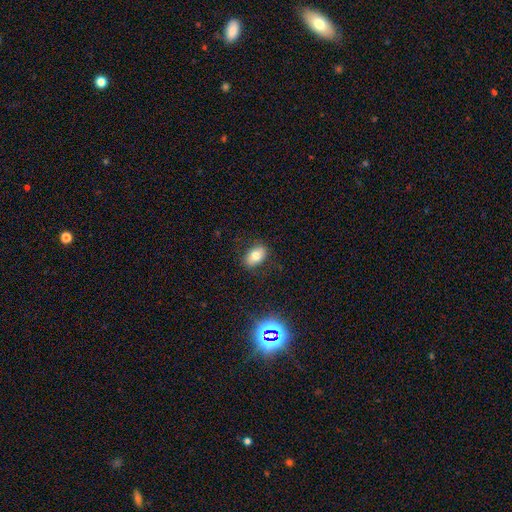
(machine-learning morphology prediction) smooth 74%, featured or disk 15%, star or artifact 11%. Down the decision tree: how rounded — in between (87%); merging — none (84%).